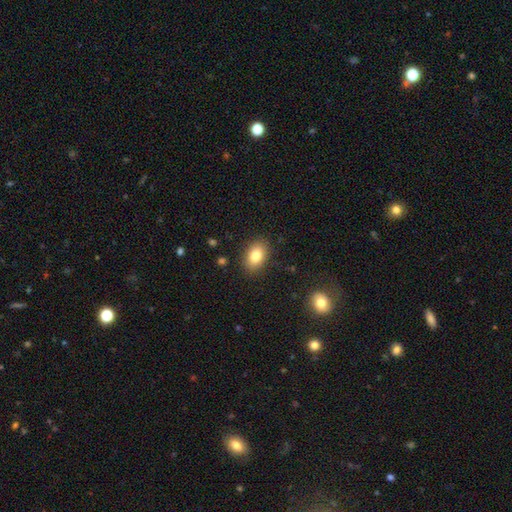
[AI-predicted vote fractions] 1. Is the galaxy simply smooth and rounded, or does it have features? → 83% smooth, 9% featured or disk, 8% star or artifact.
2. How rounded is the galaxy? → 83% in between, 15% round, 1% cigar-shaped.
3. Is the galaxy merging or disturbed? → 87% none, 9% minor disturbance, 3% major disturbance, 1% merger.